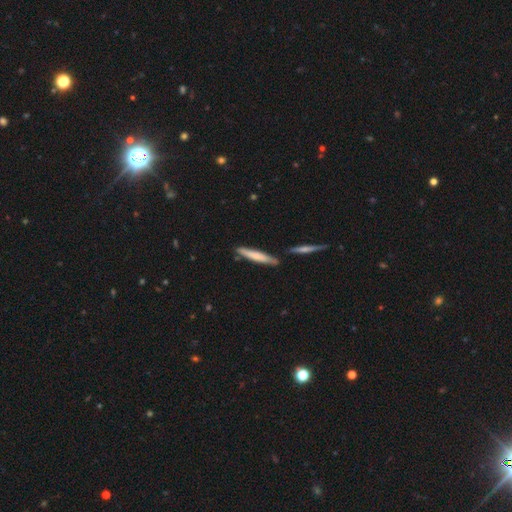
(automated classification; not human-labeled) A smooth galaxy with no disk features (66%) that is cigar-shaped (92%).

Vote fractions:
- Smooth or featured? smooth: 66% / featured or disk: 28% / star or artifact: 6%
- How rounded? cigar-shaped: 92% / in between: 7% / round: 1%
- Merging? none: 73% / minor disturbance: 14% / merger: 10% / major disturbance: 3%